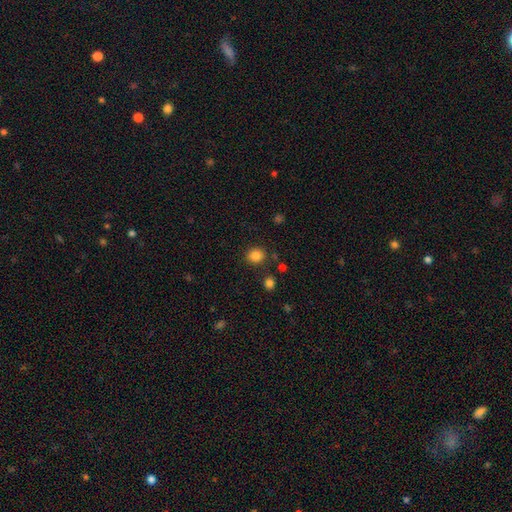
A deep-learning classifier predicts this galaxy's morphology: smooth 84%, star or artifact 11%, featured or disk 5%. Down the decision tree: how rounded — round (80%); merging — none (86%).